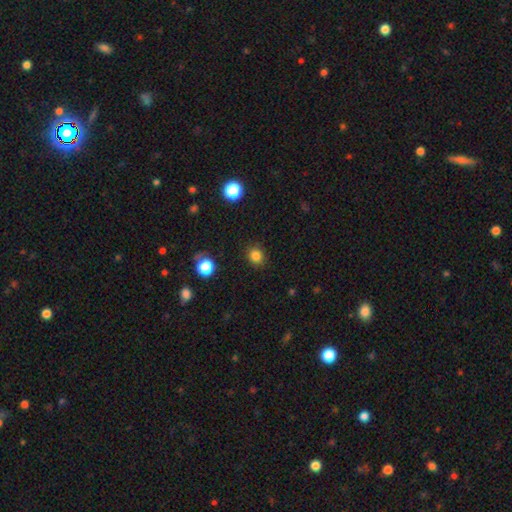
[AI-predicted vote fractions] Smooth or featured: smooth — 83% (star or artifact — 13%)
How rounded: round — 81% (in between — 18%)
Merging: none — 89% (minor disturbance — 8%)